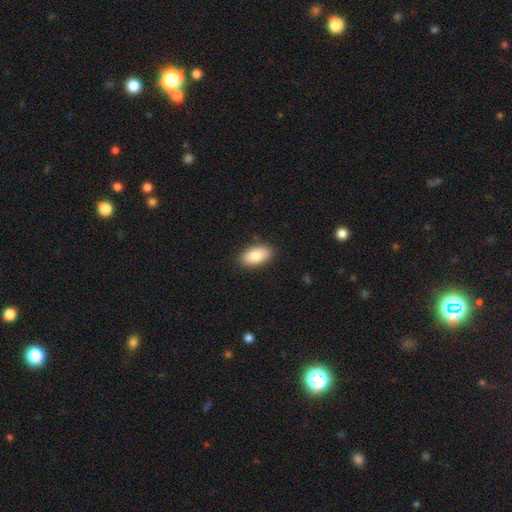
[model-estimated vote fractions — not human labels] Smooth or featured? Predicted: smooth (p=0.84). How rounded? Predicted: in between (p=0.94). Merging? Predicted: none (p=0.88).